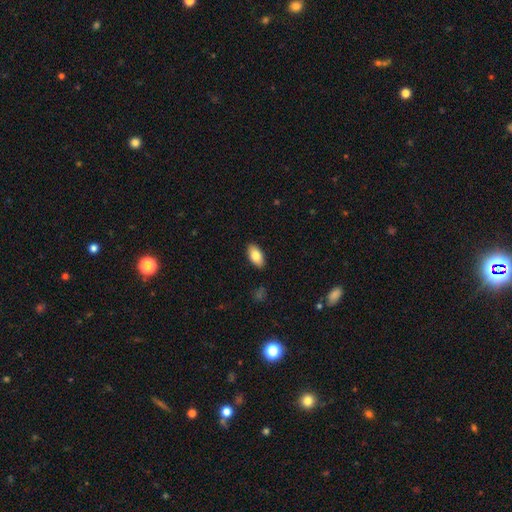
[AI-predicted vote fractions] Smooth or featured? smooth (81%)
How rounded? in between (93%)
Merging? none (89%)